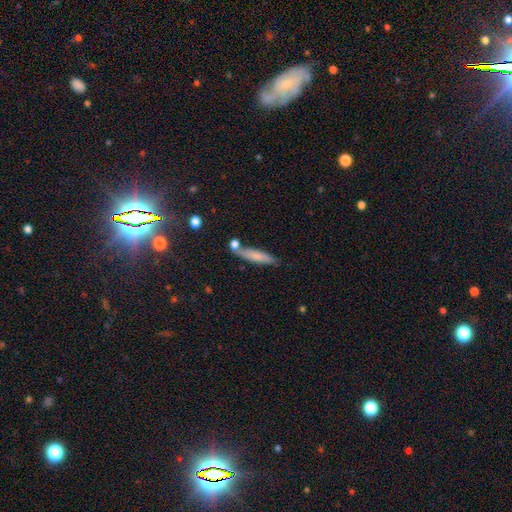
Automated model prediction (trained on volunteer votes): smooth 69%, featured or disk 24%, star or artifact 7%. Down the decision tree: how rounded — cigar-shaped (82%); merging — none (68%).